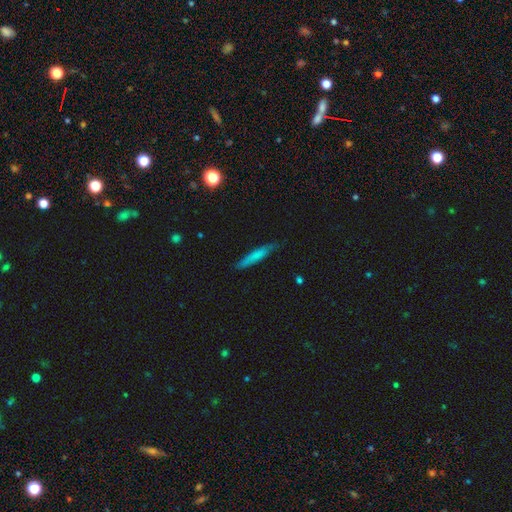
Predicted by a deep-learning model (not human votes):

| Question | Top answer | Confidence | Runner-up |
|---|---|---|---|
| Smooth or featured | smooth | 69% | featured or disk (25%) |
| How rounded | cigar-shaped | 91% | in between (7%) |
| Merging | none | 81% | minor disturbance (15%) |